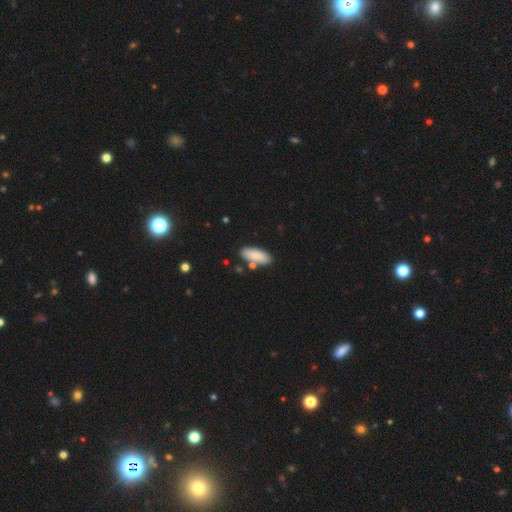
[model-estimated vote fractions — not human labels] Q: Smooth or featured?
A: smooth (86%); runner-up: featured or disk (8%)
Q: How rounded?
A: in between (75%); runner-up: cigar-shaped (23%)
Q: Merging?
A: none (78%); runner-up: minor disturbance (12%)